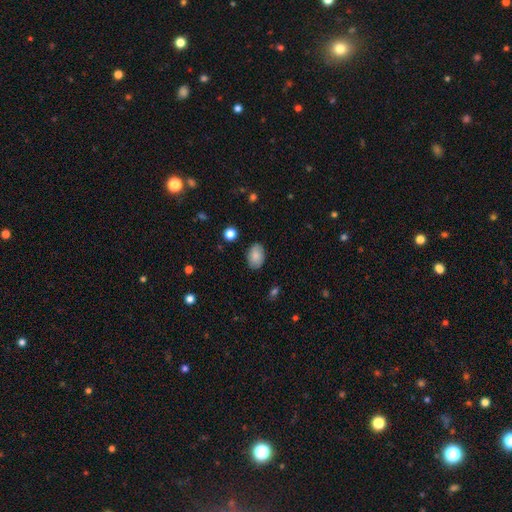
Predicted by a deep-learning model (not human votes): Smooth or featured? smooth (84%)
How rounded? in between (88%)
Merging? none (84%)